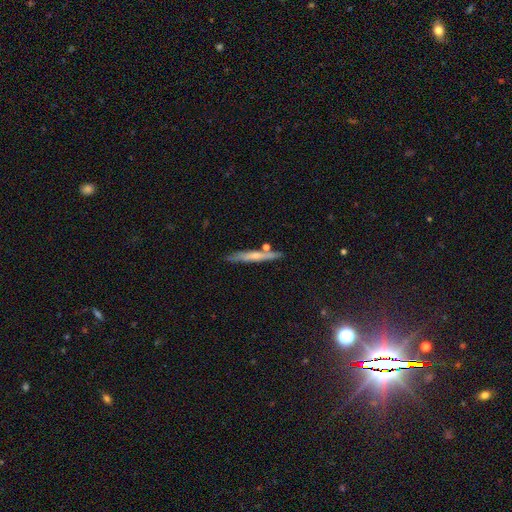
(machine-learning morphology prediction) Smooth or featured? Predicted: featured or disk (p=0.48). Merging? Predicted: none (p=0.79).